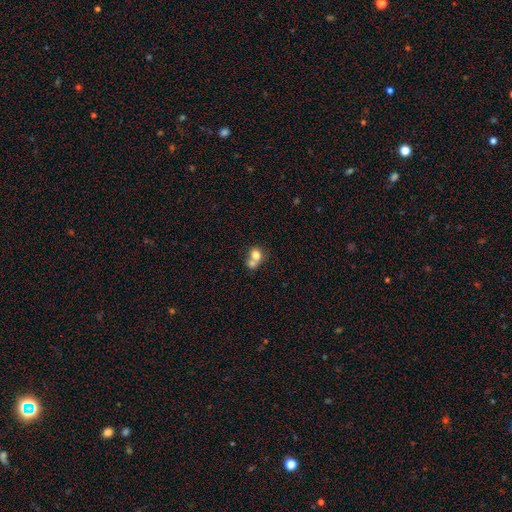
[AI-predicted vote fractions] Smooth or featured? Predicted: smooth (p=0.76). How rounded? Predicted: round (p=0.62). Merging? Predicted: merger (p=0.63).